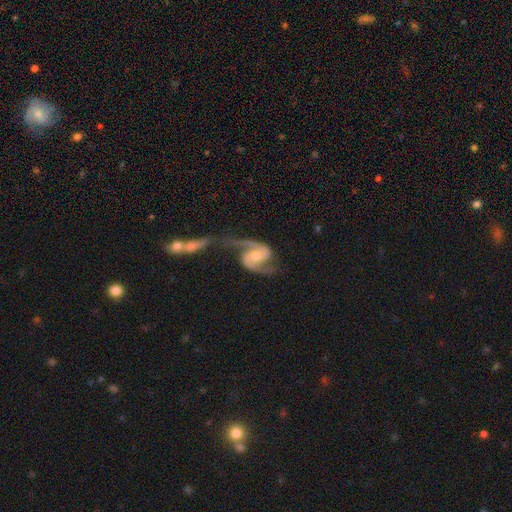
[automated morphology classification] type=featured or disk (91%); edge-on=no (98%); bar=no (50%); spiral arms=yes (98%); winding=medium (54%); arm count=2 (93%); bulge=moderate (58%); merging=none (45%).